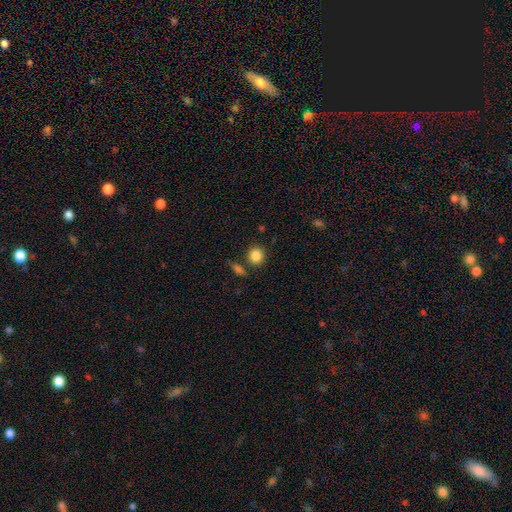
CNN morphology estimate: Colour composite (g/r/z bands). It shows a smooth galaxy with no disk features (85%) that is round (79%). Merging: none (79%).